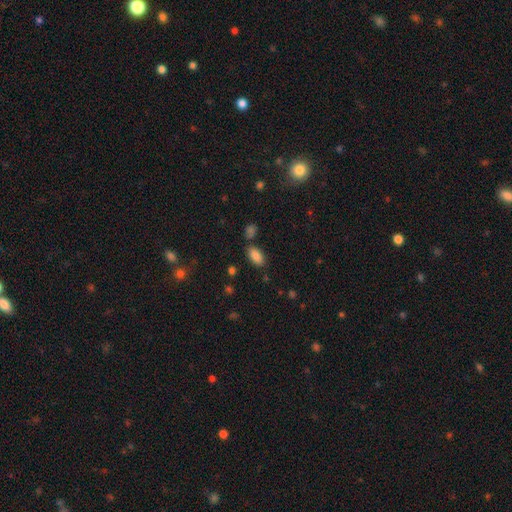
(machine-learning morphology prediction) Smooth or featured?
  - smooth: 85% *
  - star or artifact: 9%
  - featured or disk: 6%
How rounded?
  - in between: 92% *
  - cigar-shaped: 5%
  - round: 3%
Merging?
  - none: 77% *
  - minor disturbance: 12%
  - merger: 8%
  - major disturbance: 3%